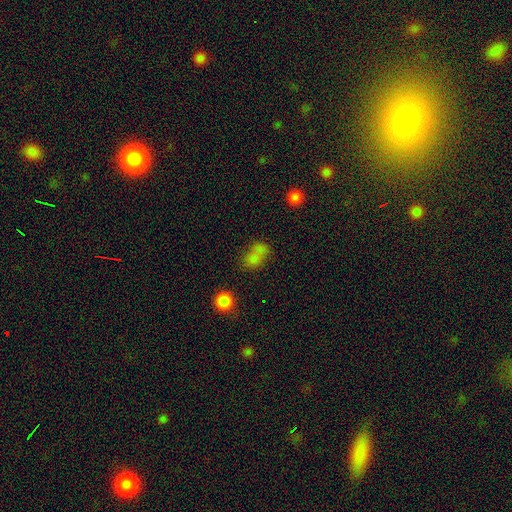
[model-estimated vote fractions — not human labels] Smooth or featured? smooth (72%)
How rounded? in between (75%)
Merging? none (41%)